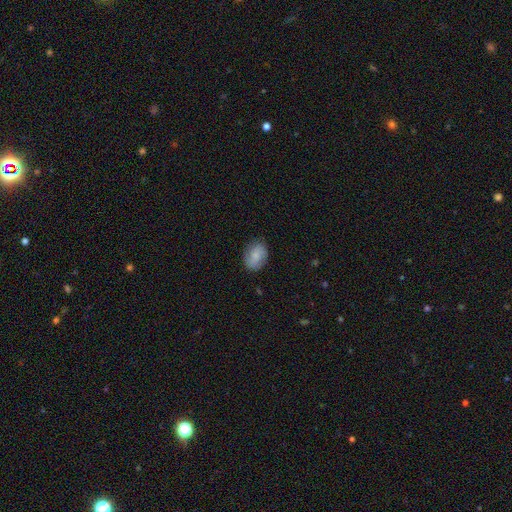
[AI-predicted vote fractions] smooth_or_featured: smooth (p=0.74) [alt: featured or disk p=0.18]
how_rounded: in between (p=0.76) [alt: round p=0.23]
merging: none (p=0.78) [alt: minor disturbance p=0.17]